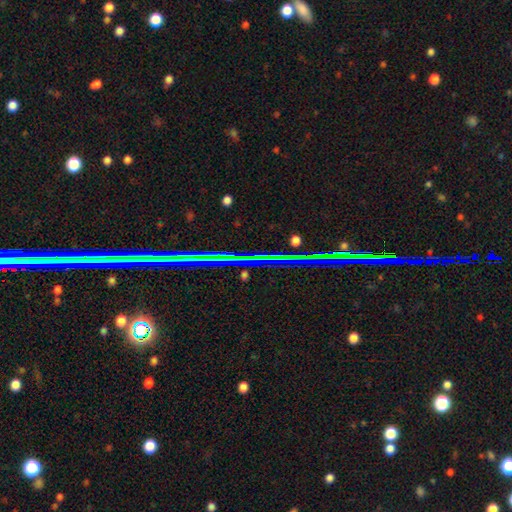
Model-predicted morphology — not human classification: This appears to be a star or artifact, not a galaxy (77%).